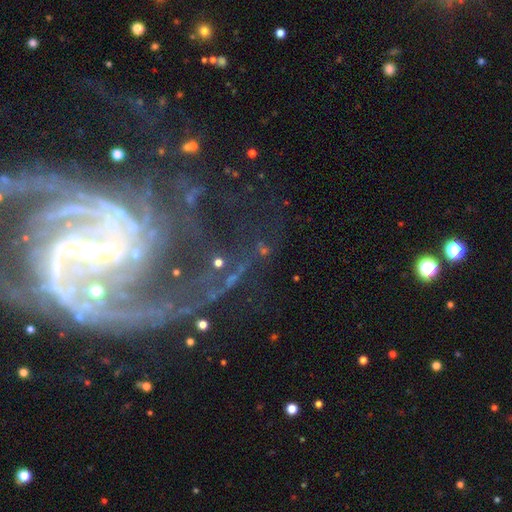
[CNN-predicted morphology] A featured or disk galaxy (90%) with a weak bar (36%), 2 (50%) medium (47%) spiral arms (98%) and a small central bulge (77%).

Vote fractions:
- Smooth or featured? featured or disk: 90% / star or artifact: 7% / smooth: 3%
- Edge-on disk? no: 98% / yes: 2%
- Bar? weak: 36% / strong: 35% / no: 29%
- Spiral arms? yes: 98% / no: 2%
- Spiral winding? medium: 47% / tight: 34% / loose: 18%
- Spiral arm count? 2: 50% / 3: 13% / can't tell: 13% / 4: 9% / more than 4: 8% / 1: 8%
- Bulge size? small: 77% / moderate: 18% / none: 3% / large: 2% / dominant: 1%
- Merging? none: 53% / major disturbance: 25% / minor disturbance: 16% / merger: 5%